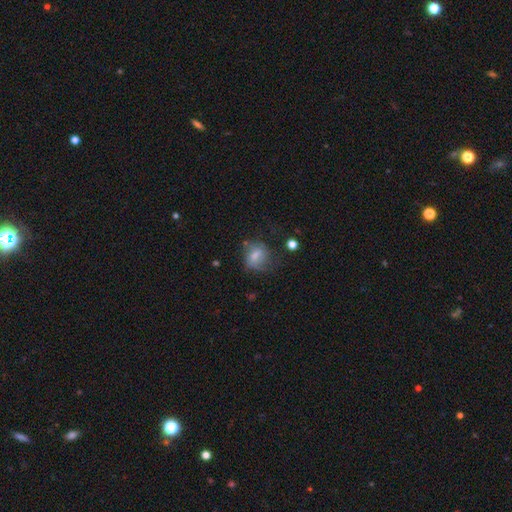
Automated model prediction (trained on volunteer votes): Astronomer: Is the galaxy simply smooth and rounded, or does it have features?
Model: smooth — 58%.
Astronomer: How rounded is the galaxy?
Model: in between — 51% (runner-up: round, 46%).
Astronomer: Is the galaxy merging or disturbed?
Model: none — 48% (runner-up: minor disturbance, 27%).